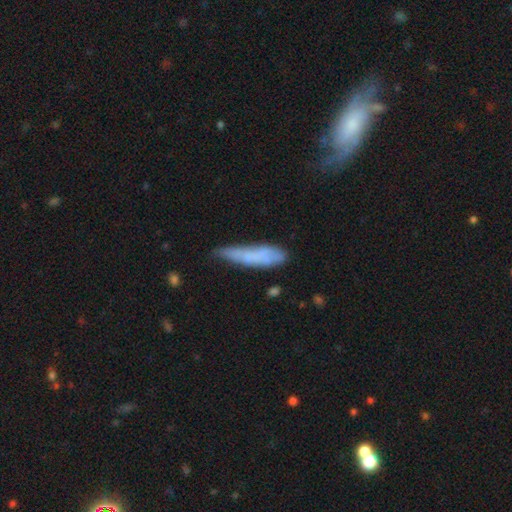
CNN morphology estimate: Smooth or featured? smooth (64%)
How rounded? cigar-shaped (77%)
Merging? none (45%)